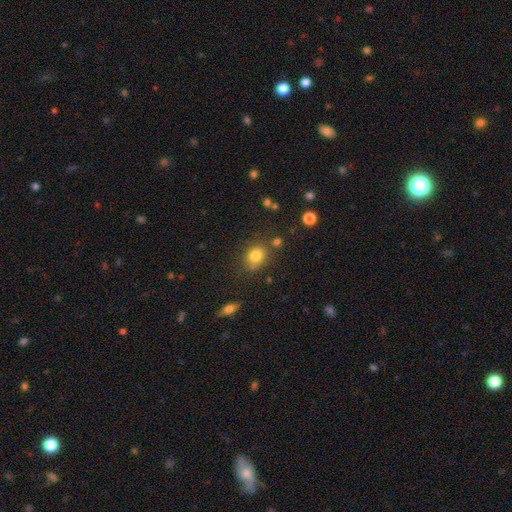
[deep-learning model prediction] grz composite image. It shows a smooth galaxy with no disk features (80%) that is round (63%). Merging: none (71%).